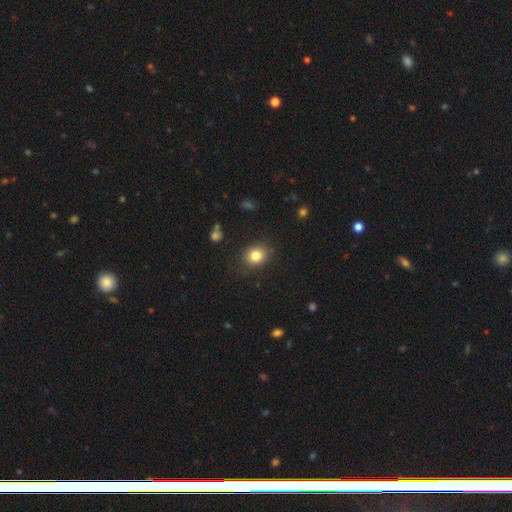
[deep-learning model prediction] smooth_or_featured: smooth (p=0.82) [alt: star or artifact p=0.11]
how_rounded: round (p=0.63) [alt: in between p=0.36]
merging: none (p=0.85) [alt: minor disturbance p=0.11]